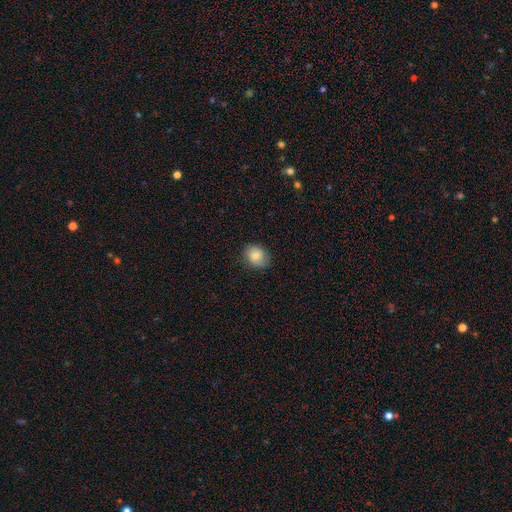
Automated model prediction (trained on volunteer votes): The model was most divided on "how rounded": round: 55%, in between: 44%, cigar-shaped: 1%. More confident: merging — none (81%); smooth or featured — smooth (76%).